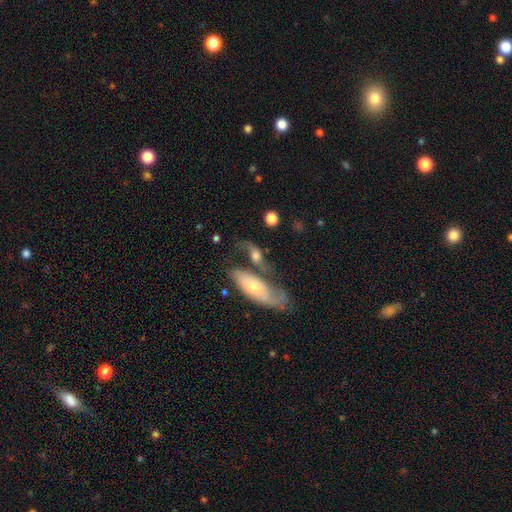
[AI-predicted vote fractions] A featured or disk galaxy (48%).

Vote fractions:
- Smooth or featured? featured or disk: 48% / smooth: 43% / star or artifact: 9%
- Merging? merger: 41% / none: 28% / major disturbance: 16% / minor disturbance: 16%